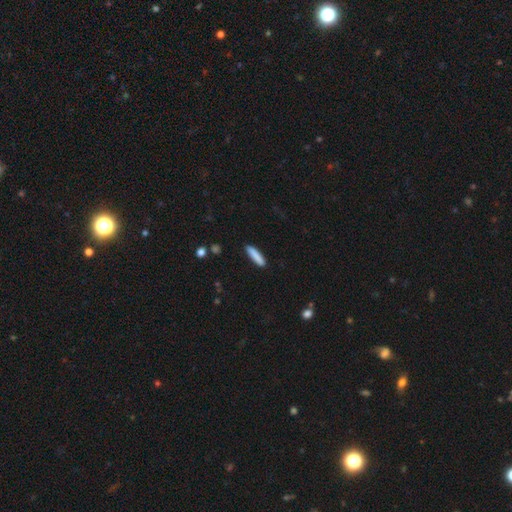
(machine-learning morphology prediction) The model was most divided on "how rounded": cigar-shaped: 83%, in between: 16%, round: 1%. More confident: merging — none (89%); smooth or featured — smooth (86%).